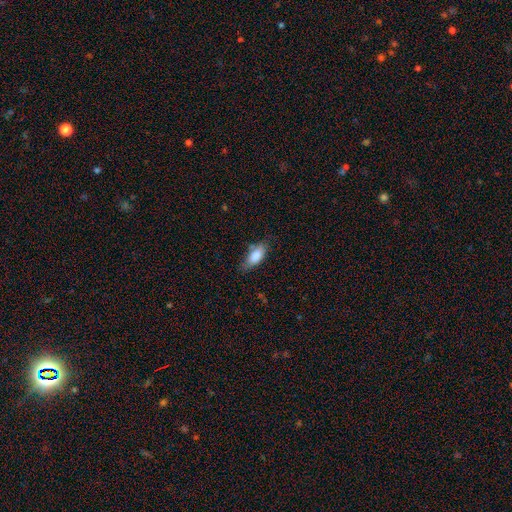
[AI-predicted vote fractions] Morphology: type=smooth (82%); roundness=in between (83%); merging=none (66%).